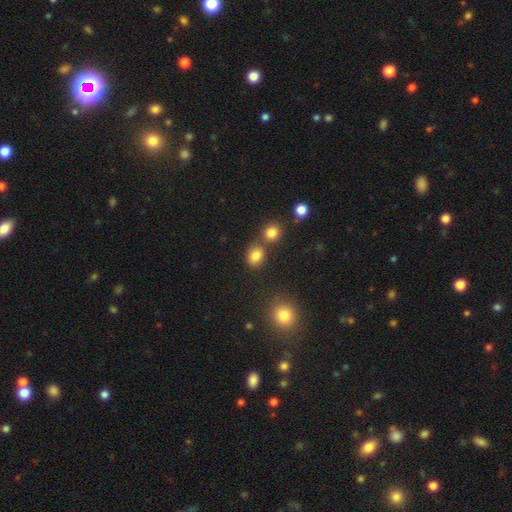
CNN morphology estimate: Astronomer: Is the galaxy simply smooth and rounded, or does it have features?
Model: smooth — 81%.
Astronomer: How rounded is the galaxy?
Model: round — 60% (runner-up: in between, 39%).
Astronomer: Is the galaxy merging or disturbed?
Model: none — 69%.